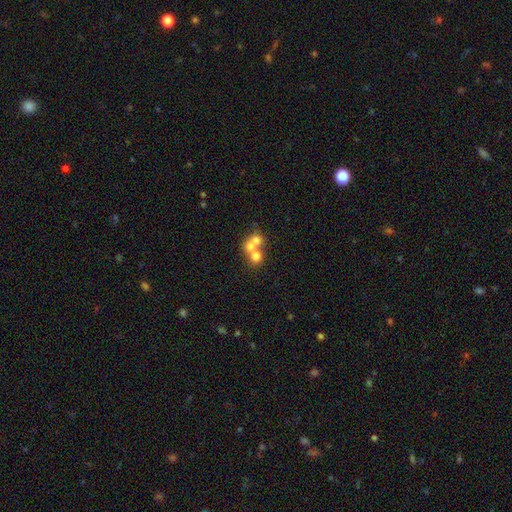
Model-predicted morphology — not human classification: This is likely a smooth galaxy (63%). How rounded: clearly round (81%). Merging: likely merger (63%).